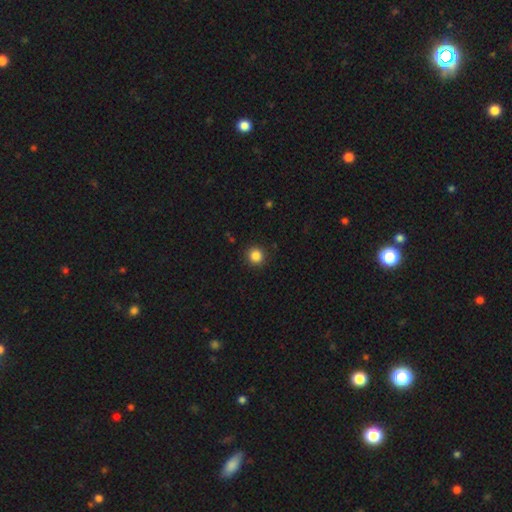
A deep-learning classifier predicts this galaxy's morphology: Q: Smooth or featured?
A: smooth (86%); runner-up: star or artifact (11%)
Q: How rounded?
A: round (94%); runner-up: in between (5%)
Q: Merging?
A: none (91%); runner-up: minor disturbance (6%)